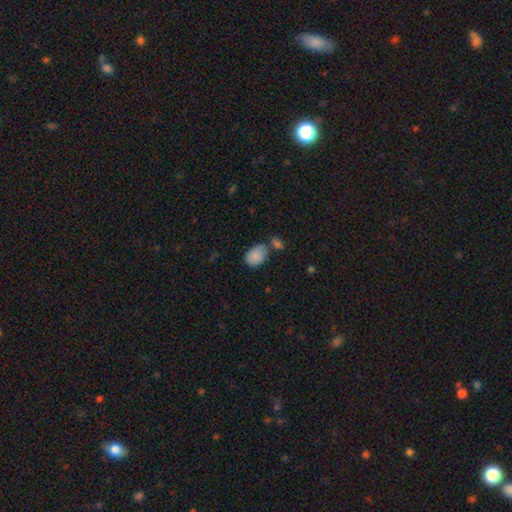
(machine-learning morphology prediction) Smooth or featured? smooth (86%)
How rounded? in between (82%)
Merging? none (50%)